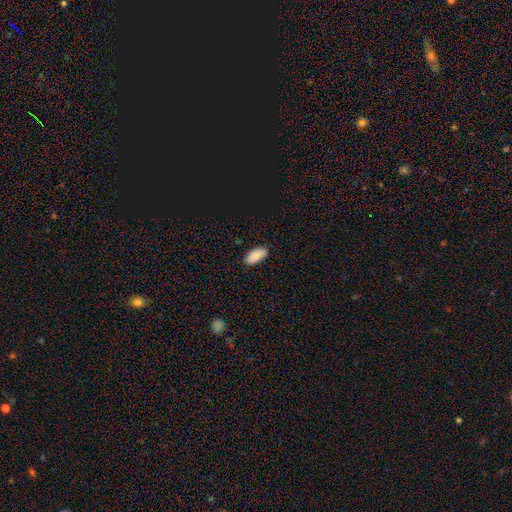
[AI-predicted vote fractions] smooth-or-featured: smooth: 88% | star or artifact: 8% | featured or disk: 4%
  how-rounded: in between: 92% | cigar-shaped: 6% | round: 2%
  merging: none: 87% | minor disturbance: 10% | major disturbance: 2% | merger: 1%